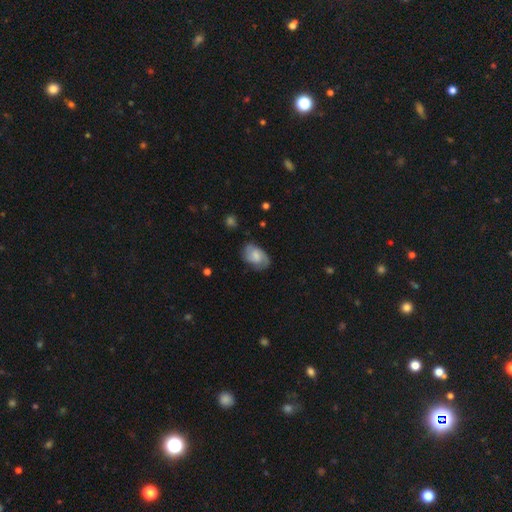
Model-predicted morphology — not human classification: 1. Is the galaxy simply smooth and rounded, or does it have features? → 47% featured or disk, 46% smooth, 8% star or artifact.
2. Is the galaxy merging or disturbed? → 69% none, 23% minor disturbance, 7% major disturbance, 1% merger.